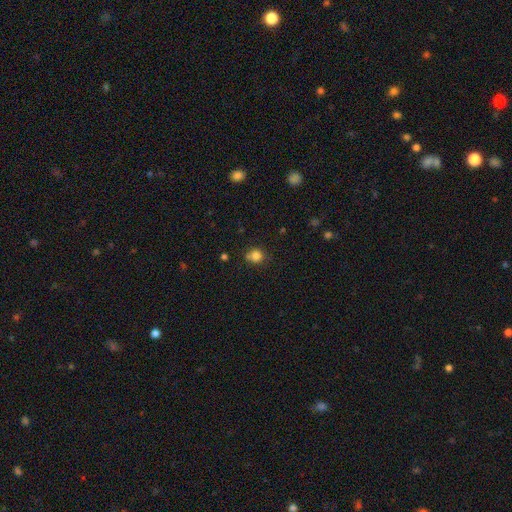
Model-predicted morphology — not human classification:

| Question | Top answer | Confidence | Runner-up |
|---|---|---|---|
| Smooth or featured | smooth | 81% | star or artifact (12%) |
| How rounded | round | 82% | in between (17%) |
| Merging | none | 69% | minor disturbance (19%) |